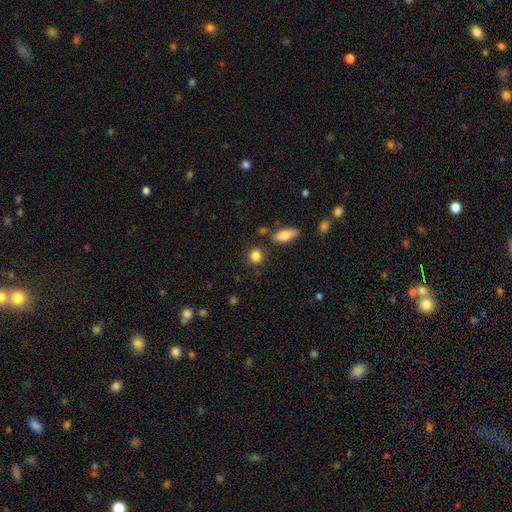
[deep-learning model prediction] The model was most divided on "how rounded": round: 81%, in between: 17%, cigar-shaped: 2%. More confident: smooth or featured — smooth (85%); merging — none (83%).